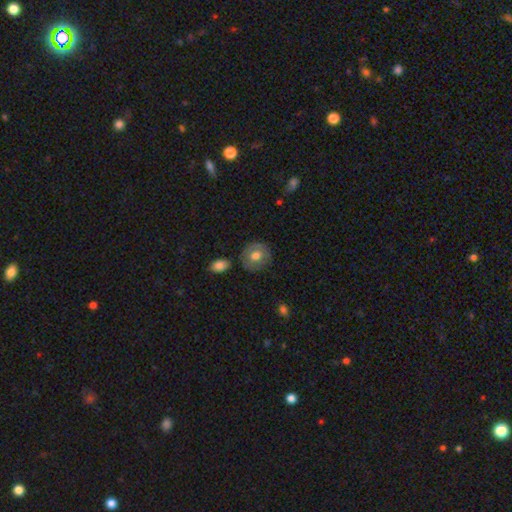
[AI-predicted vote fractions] A smooth galaxy with no disk features (66%) that is round (83%). Merging: none (80%).